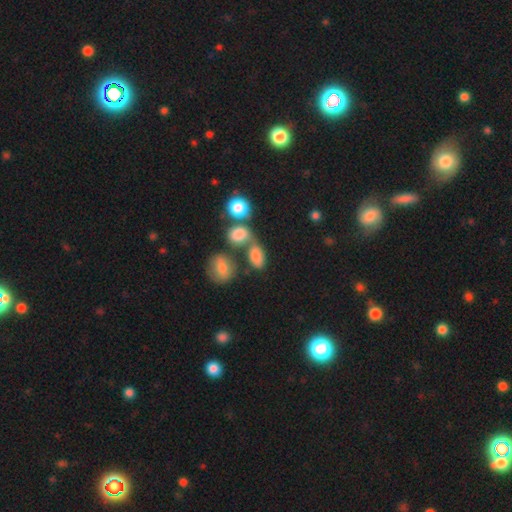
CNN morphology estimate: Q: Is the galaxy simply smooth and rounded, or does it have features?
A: smooth — 79%.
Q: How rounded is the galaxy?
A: in between — 83%.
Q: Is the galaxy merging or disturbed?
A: none — 41%.